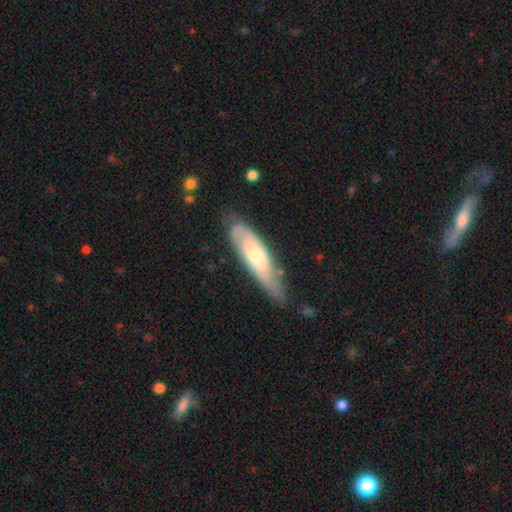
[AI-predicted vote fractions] A featured or disk galaxy (53%).

Vote fractions:
- Smooth or featured? featured or disk: 53% / smooth: 41% / star or artifact: 6%
- Edge-on disk? no: 68% / yes: 32%
- Merging? none: 63% / minor disturbance: 27% / major disturbance: 7% / merger: 3%